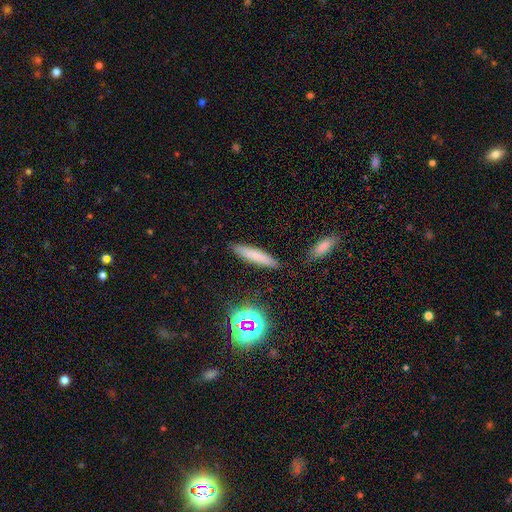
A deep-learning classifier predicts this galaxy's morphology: This appears to be a smooth galaxy with no disk features (74%) that is cigar-shaped (87%). Merging: none (88%).